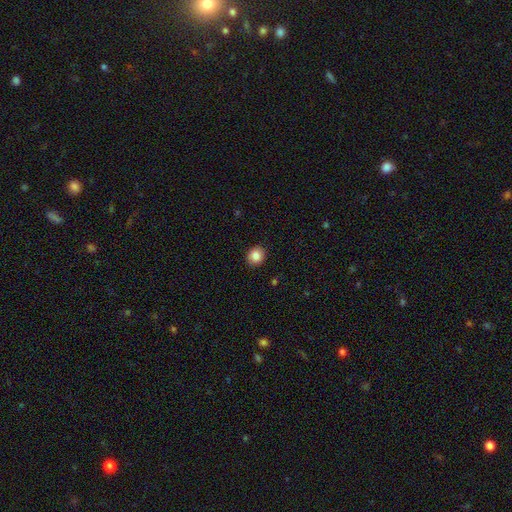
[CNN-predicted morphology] This is clearly a smooth galaxy (86%). How rounded: likely round (74%). Merging: clearly none (91%).